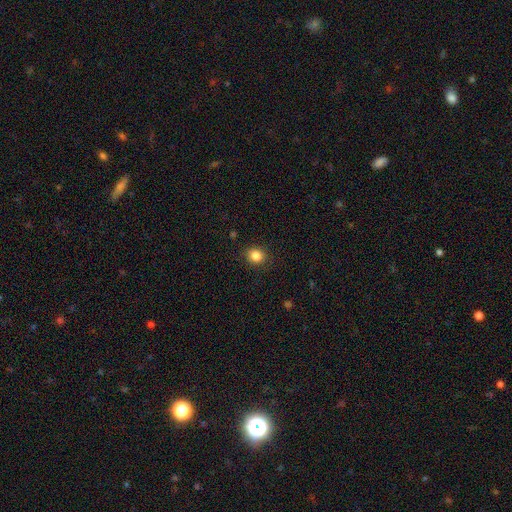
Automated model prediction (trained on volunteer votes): Smooth or featured? Predicted: smooth (p=0.85). How rounded? Predicted: round (p=0.80). Merging? Predicted: none (p=0.89).